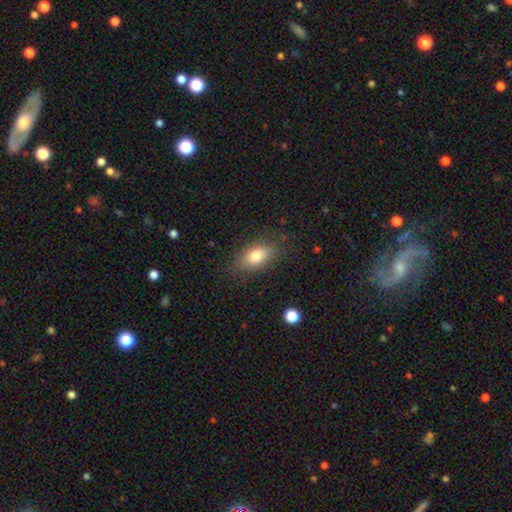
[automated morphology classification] The model was most divided on "smooth or featured": smooth: 80%, featured or disk: 12%, star or artifact: 8%. More confident: how rounded — in between (88%); merging — none (81%).